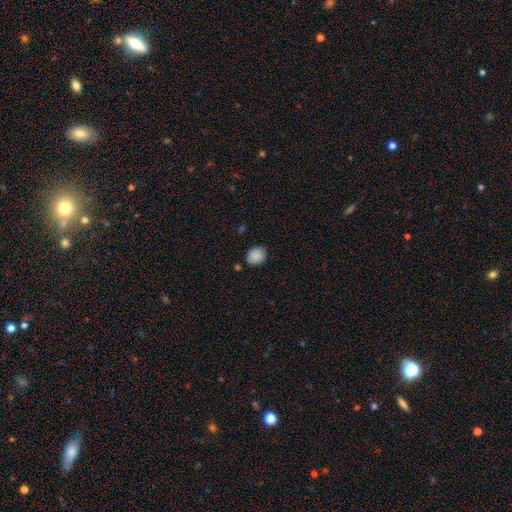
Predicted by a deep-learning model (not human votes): Morphology: type=smooth (88%); roundness=round (69%); merging=none (83%).